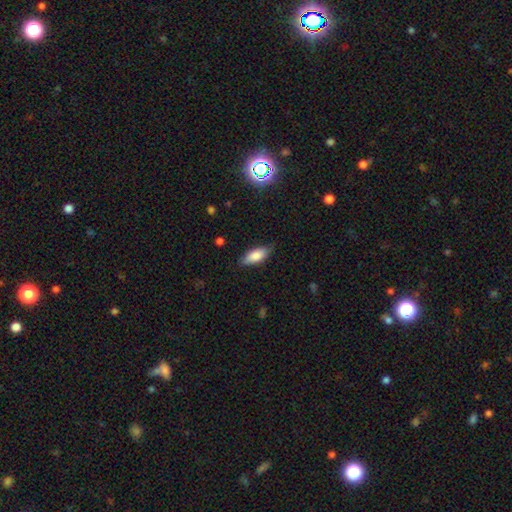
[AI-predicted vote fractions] Smooth or featured: smooth — 82% (featured or disk — 11%)
How rounded: in between — 77% (cigar-shaped — 21%)
Merging: none — 81% (minor disturbance — 15%)